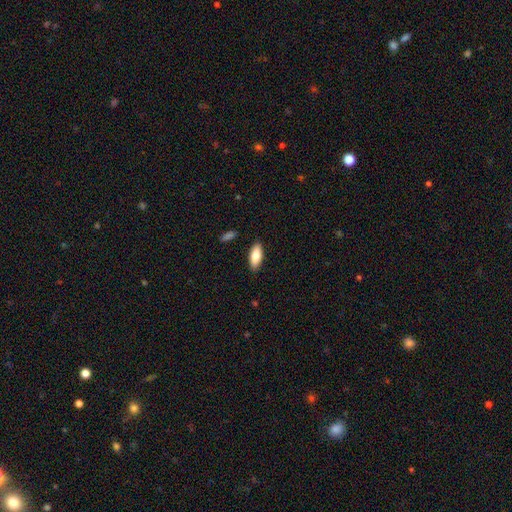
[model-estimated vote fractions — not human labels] A smooth galaxy with no disk features (81%) that is in between round and cigar-shaped (80%). Merging: none (88%).